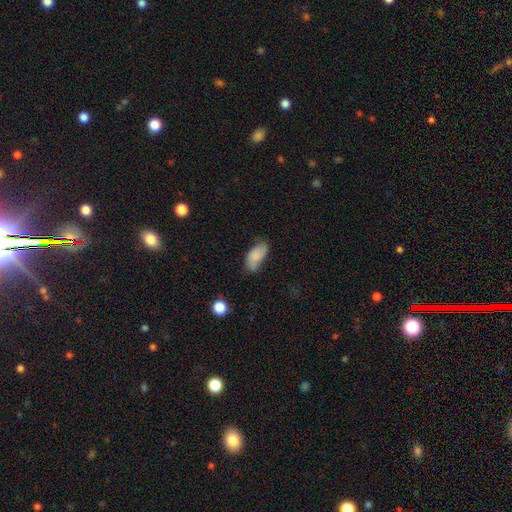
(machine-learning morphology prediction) Smooth or featured: smooth — 80% (featured or disk — 13%)
How rounded: in between — 92% (cigar-shaped — 5%)
Merging: none — 58% (minor disturbance — 31%)